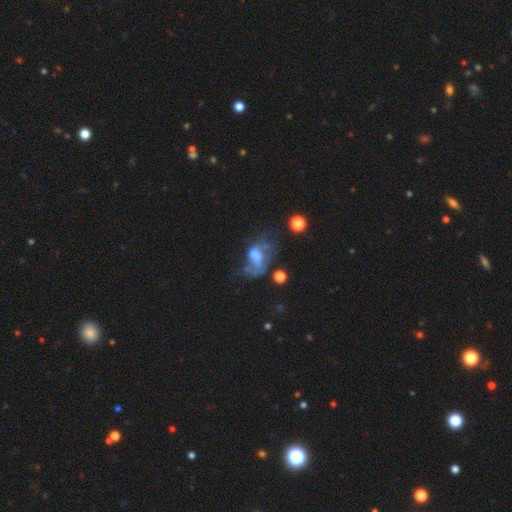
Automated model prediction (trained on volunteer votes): A featured or disk galaxy (46%).

Vote fractions:
- Smooth or featured? featured or disk: 46% / smooth: 39% / star or artifact: 15%
- Merging? major disturbance: 49% / none: 18% / minor disturbance: 16% / merger: 16%